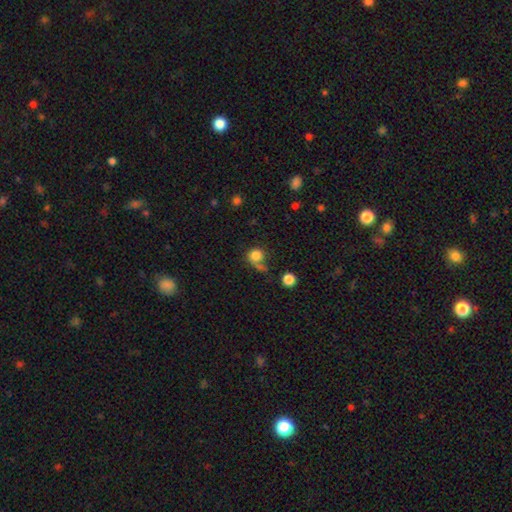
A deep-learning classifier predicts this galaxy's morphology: Smooth or featured? Predicted: smooth (p=0.80). How rounded? Predicted: round (p=0.85). Merging? Predicted: none (p=0.49).